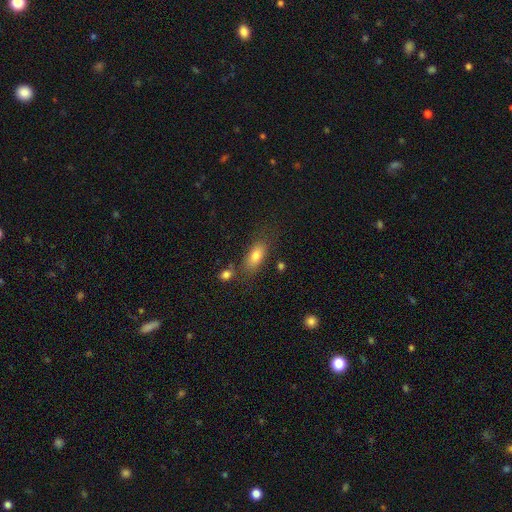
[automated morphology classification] Q: Smooth or featured?
A: smooth (78%); runner-up: featured or disk (13%)
Q: How rounded?
A: in between (82%); runner-up: cigar-shaped (12%)
Q: Merging?
A: none (69%); runner-up: minor disturbance (16%)